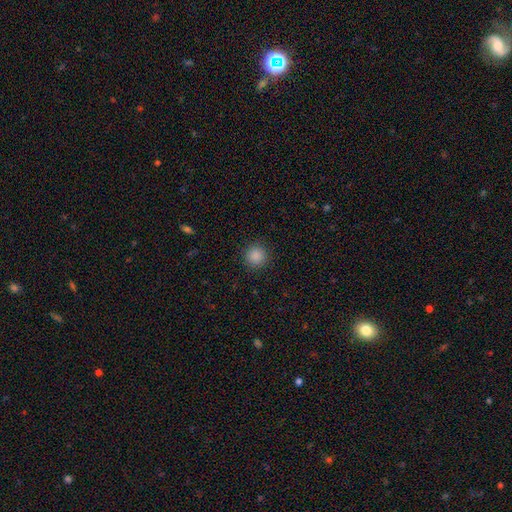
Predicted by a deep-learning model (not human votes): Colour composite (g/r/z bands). It shows a smooth galaxy with no disk features (87%) that is round (95%). Merging: none (92%).